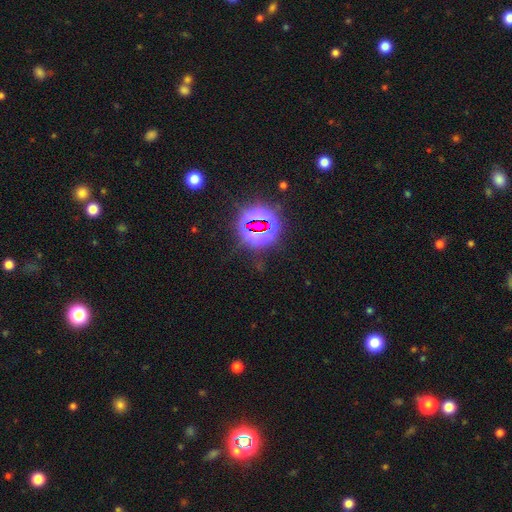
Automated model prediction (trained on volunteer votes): Smooth or featured? star or artifact (79%)